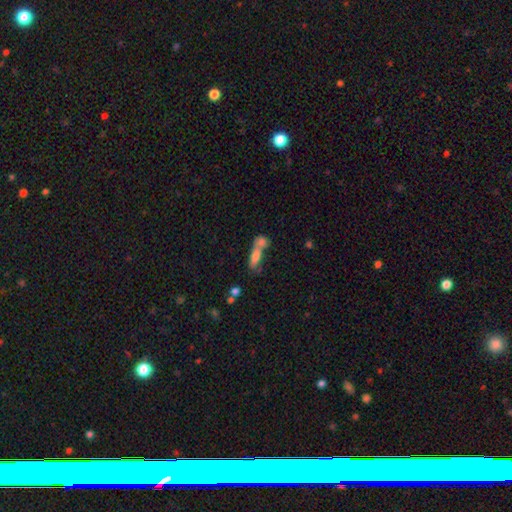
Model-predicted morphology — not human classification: smooth 74%, featured or disk 16%, star or artifact 10%. Down the decision tree: how rounded — in between (64%); merging — merger (62%).